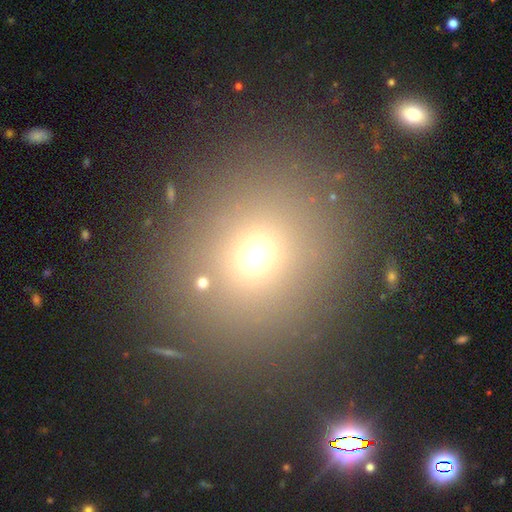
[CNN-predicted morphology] smooth 66%, star or artifact 25%, featured or disk 9%. Down the decision tree: how rounded — round (84%); merging — none (84%).